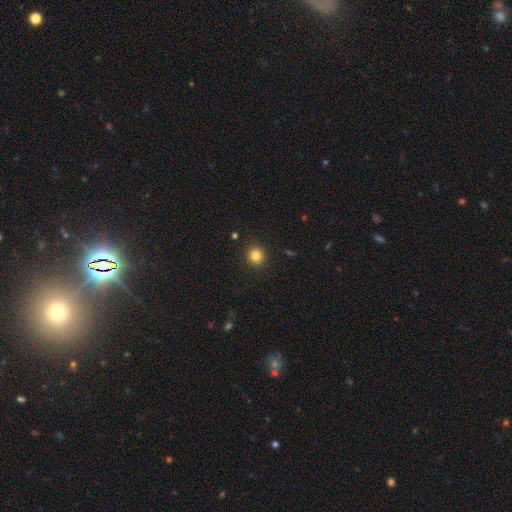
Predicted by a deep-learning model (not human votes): A smooth galaxy with no disk features (83%) that is round (91%). Merging: none (92%).